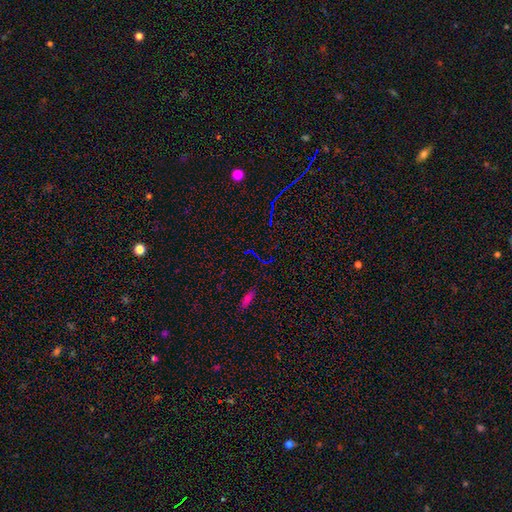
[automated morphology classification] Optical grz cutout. It shows a star or artifact, not a galaxy (69%).